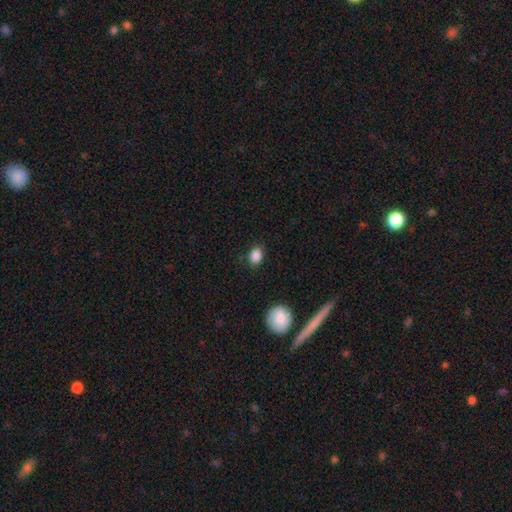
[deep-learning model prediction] Q: Smooth or featured?
A: smooth (86%); runner-up: star or artifact (9%)
Q: How rounded?
A: in between (64%); runner-up: round (35%)
Q: Merging?
A: none (83%); runner-up: minor disturbance (13%)